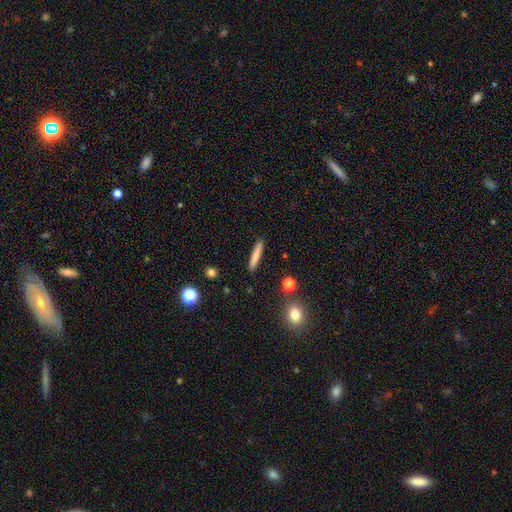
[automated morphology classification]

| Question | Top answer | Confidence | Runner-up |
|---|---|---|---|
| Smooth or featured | smooth | 76% | featured or disk (17%) |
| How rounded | cigar-shaped | 94% | in between (4%) |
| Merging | none | 90% | minor disturbance (7%) |